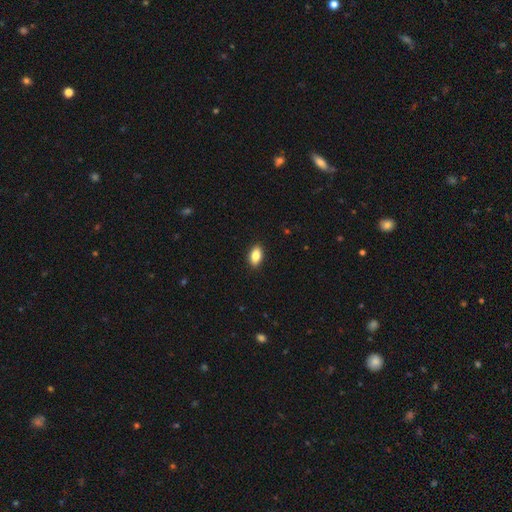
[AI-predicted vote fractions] smooth_or_featured: smooth (p=0.83) [alt: featured or disk p=0.09]
how_rounded: in between (p=0.90) [alt: round p=0.06]
merging: none (p=0.90) [alt: minor disturbance p=0.07]